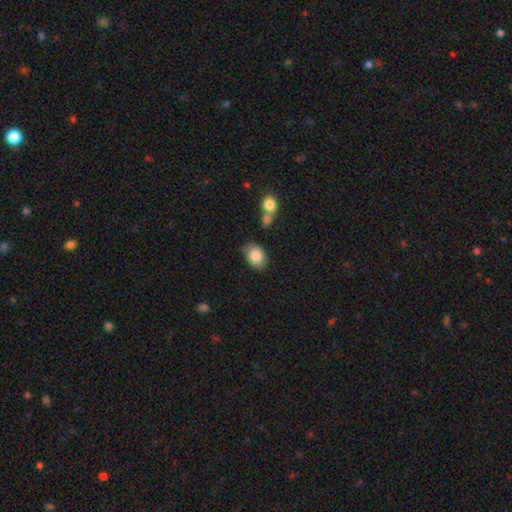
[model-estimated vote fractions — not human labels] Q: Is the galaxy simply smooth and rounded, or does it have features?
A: smooth — 85%.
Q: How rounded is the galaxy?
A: in between — 70%.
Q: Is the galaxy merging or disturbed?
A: none — 66%.